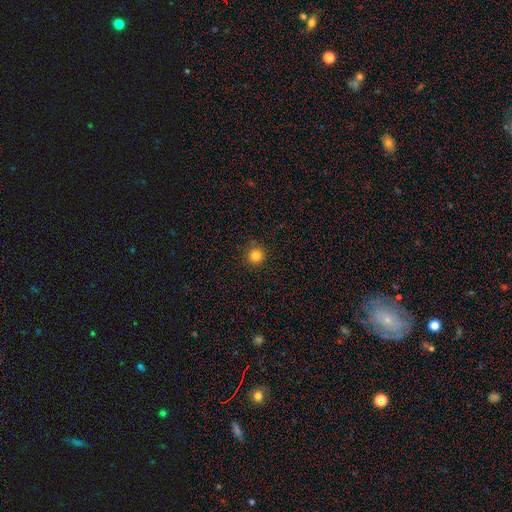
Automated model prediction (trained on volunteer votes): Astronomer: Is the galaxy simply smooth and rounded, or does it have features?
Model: smooth — 83%.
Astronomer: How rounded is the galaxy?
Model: round — 94%.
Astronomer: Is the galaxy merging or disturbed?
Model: none — 89%.